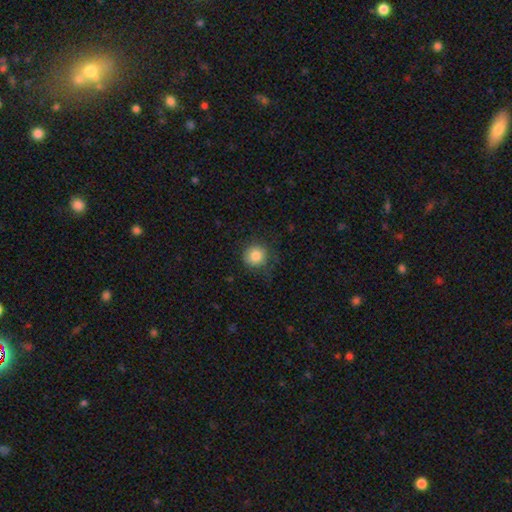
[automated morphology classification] Smooth or featured: smooth — 83% (star or artifact — 10%)
How rounded: round — 92% (in between — 7%)
Merging: none — 75% (minor disturbance — 17%)